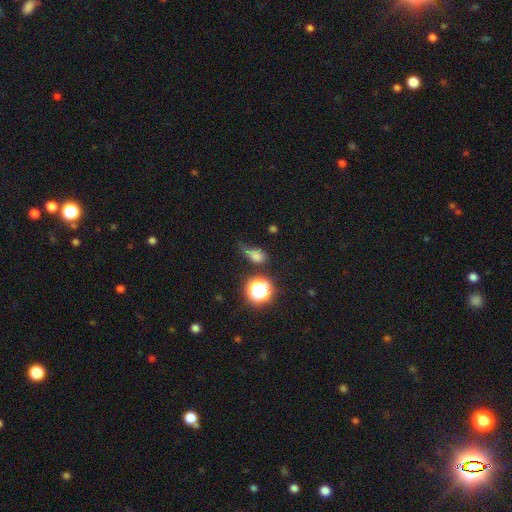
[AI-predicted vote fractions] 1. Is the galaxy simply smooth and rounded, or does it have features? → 69% smooth, 21% star or artifact, 10% featured or disk.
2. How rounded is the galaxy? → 55% in between, 41% round, 4% cigar-shaped.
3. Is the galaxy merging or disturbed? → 39% none, 33% minor disturbance, 22% major disturbance, 6% merger.